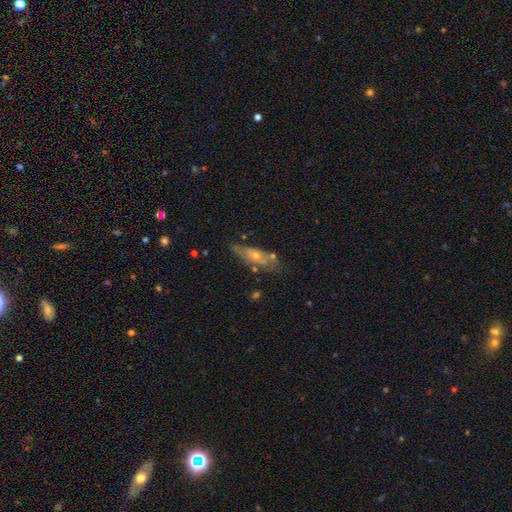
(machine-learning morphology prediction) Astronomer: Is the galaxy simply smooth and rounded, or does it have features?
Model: featured or disk — 56% (runner-up: smooth, 35%).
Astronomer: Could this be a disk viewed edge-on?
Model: no — 66%.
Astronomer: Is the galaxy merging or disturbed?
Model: none — 62%.